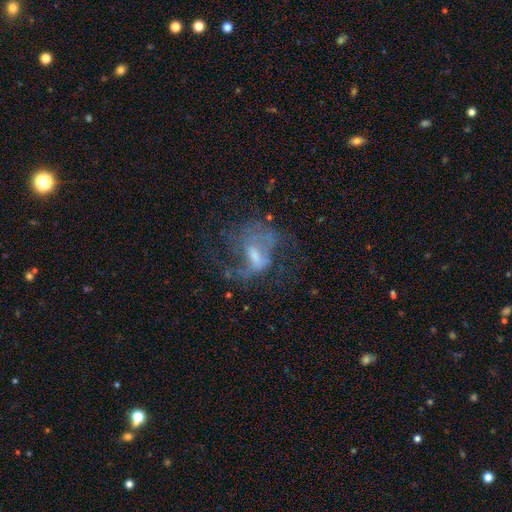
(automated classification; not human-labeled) featured or disk 68%, smooth 19%, star or artifact 13%. Down the decision tree: edge-on disk — no (96%); bar — weak (47%); spiral arms — yes (58%); bulge size — moderate (41%); merging — major disturbance (42%).